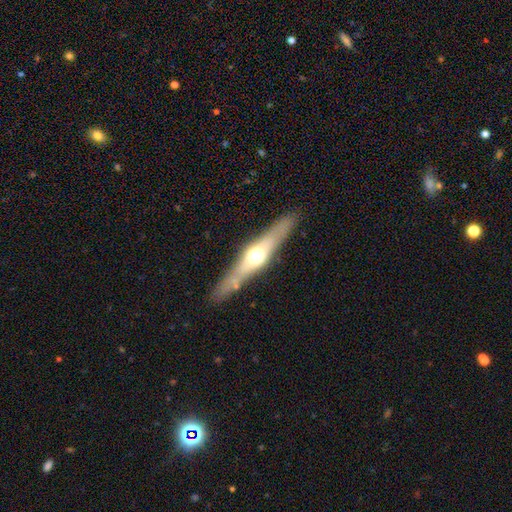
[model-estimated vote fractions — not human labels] featured or disk 64%, smooth 31%, star or artifact 5%. Down the decision tree: edge-on disk — yes (92%); edge-on bulge — rounded (92%); merging — none (85%).